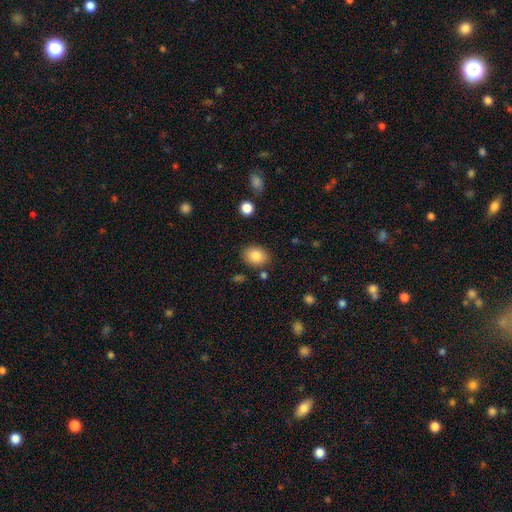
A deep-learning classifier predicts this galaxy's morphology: smooth-or-featured: smooth: 86% | star or artifact: 8% | featured or disk: 5%
  how-rounded: in between: 60% | round: 39% | cigar-shaped: 1%
  merging: none: 82% | minor disturbance: 11% | major disturbance: 3% | merger: 3%